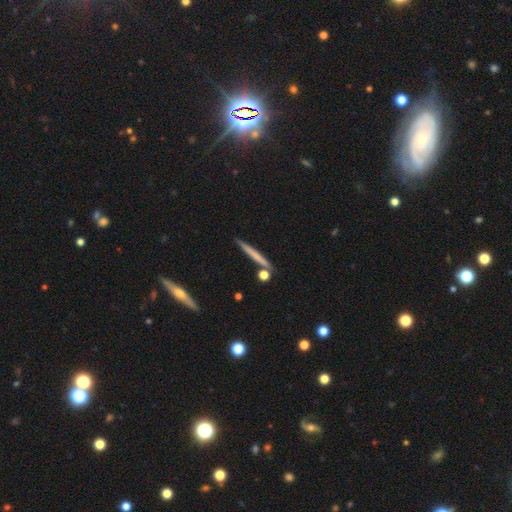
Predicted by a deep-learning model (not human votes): Smooth or featured? Predicted: smooth (p=0.59). How rounded? Predicted: cigar-shaped (p=0.95). Merging? Predicted: none (p=0.83).